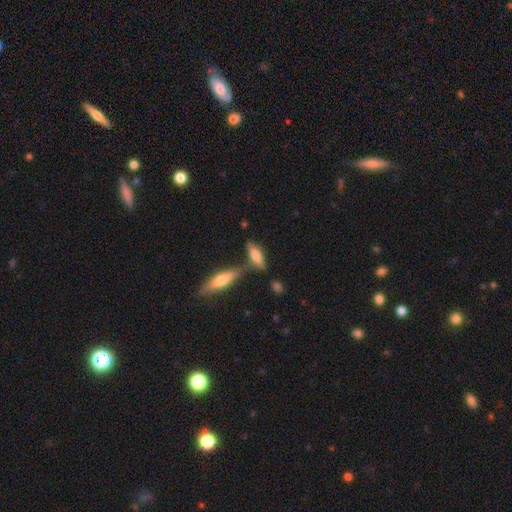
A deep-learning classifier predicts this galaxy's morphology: smooth-or-featured: smooth: 71% | featured or disk: 22% | star or artifact: 7%
  how-rounded: in between: 56% | cigar-shaped: 41% | round: 3%
  merging: none: 56% | merger: 24% | minor disturbance: 16% | major disturbance: 5%